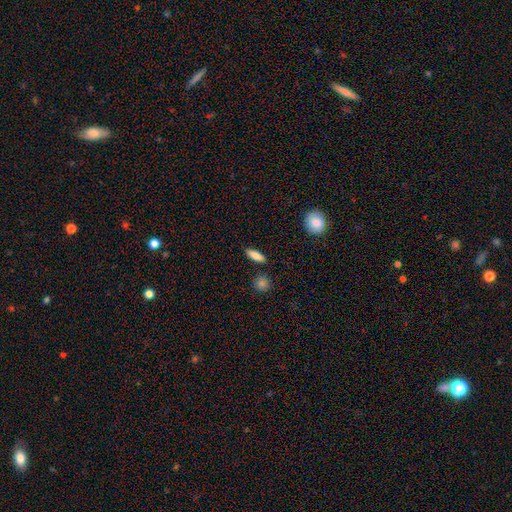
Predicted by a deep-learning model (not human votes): A smooth galaxy with no disk features (80%) that is in between round and cigar-shaped (55%). Merging: none (86%).